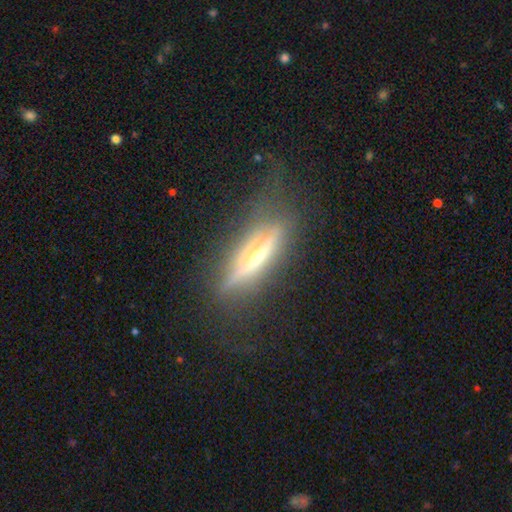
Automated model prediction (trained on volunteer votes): A featured or disk galaxy (72%) viewed edge-on (91%) with a rounded central bulge (80%). Merging: none (67%).